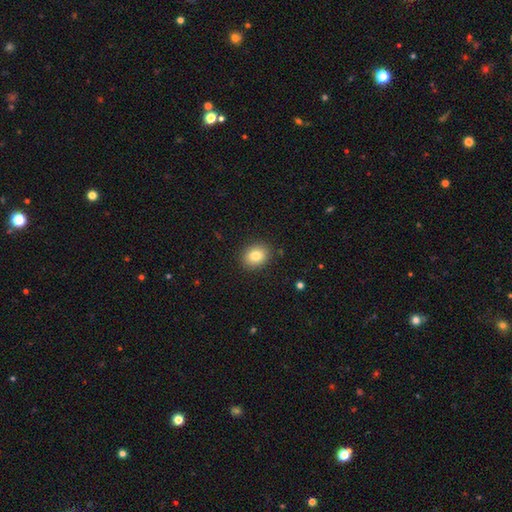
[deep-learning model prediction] This is clearly a smooth galaxy (82%). How rounded: possibly in between (51%). Merging: clearly none (88%).